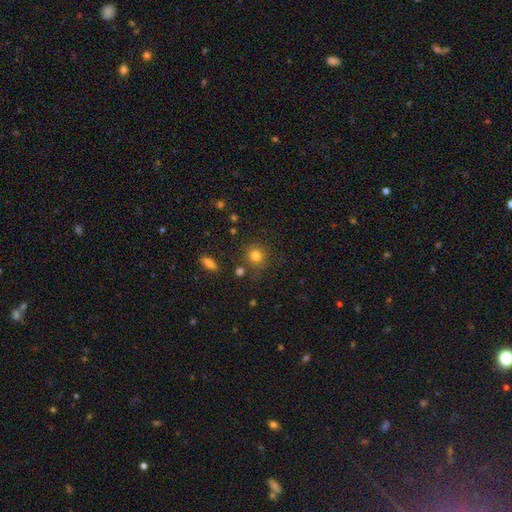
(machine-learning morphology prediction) smooth 80%, star or artifact 12%, featured or disk 7%. Down the decision tree: how rounded — round (86%); merging — none (76%).